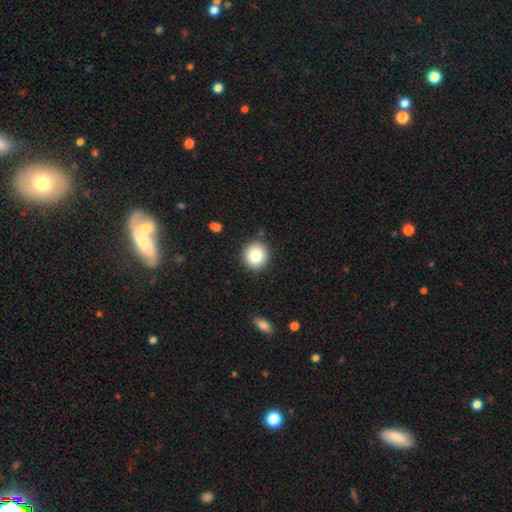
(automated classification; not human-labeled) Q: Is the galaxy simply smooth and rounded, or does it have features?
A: smooth — 83%.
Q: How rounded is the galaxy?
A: round — 93%.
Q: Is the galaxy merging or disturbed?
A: none — 89%.